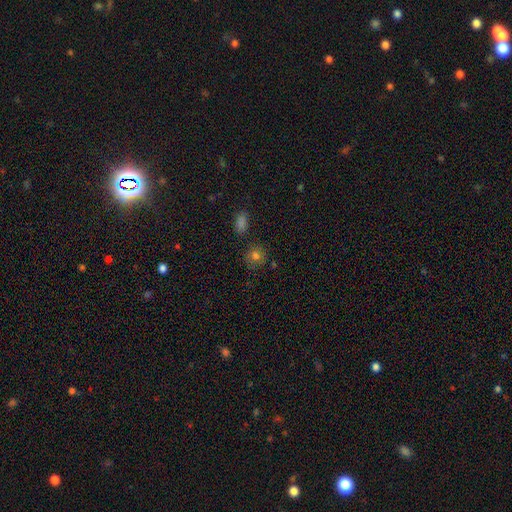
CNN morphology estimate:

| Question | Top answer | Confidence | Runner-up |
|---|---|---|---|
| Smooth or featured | smooth | 77% | star or artifact (14%) |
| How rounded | round | 83% | in between (15%) |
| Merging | none | 80% | minor disturbance (12%) |